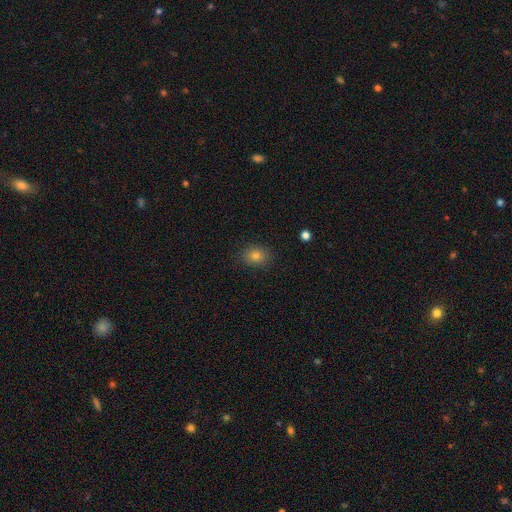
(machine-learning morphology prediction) This appears to be a smooth galaxy with no disk features (78%) that is round (51%). Merging: none (87%).